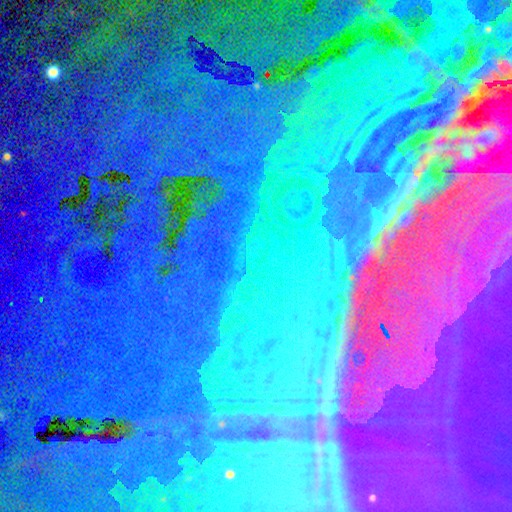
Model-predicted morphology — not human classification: smooth-or-featured: star or artifact: 84% | featured or disk: 9% | smooth: 7%